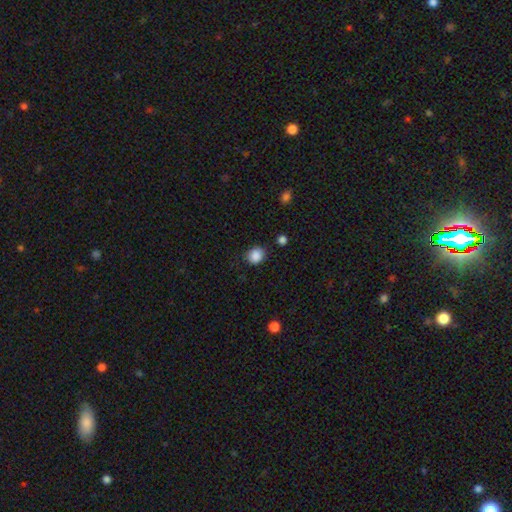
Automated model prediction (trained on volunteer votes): Smooth or featured? Predicted: smooth (p=0.87). How rounded? Predicted: round (p=0.69). Merging? Predicted: none (p=0.81).